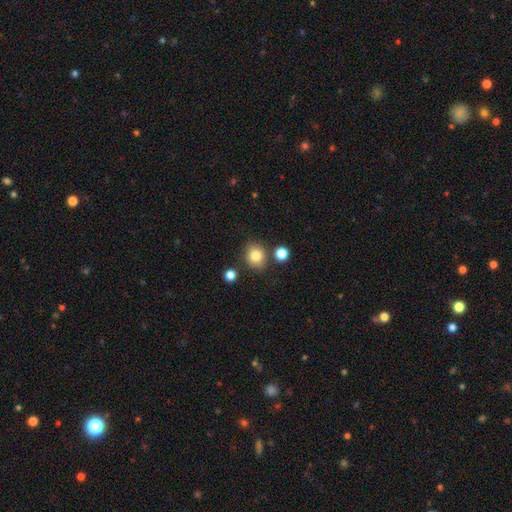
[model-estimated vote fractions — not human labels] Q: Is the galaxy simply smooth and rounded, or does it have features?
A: smooth — 82%.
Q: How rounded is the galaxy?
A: round — 74%.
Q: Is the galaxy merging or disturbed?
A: none — 78%.